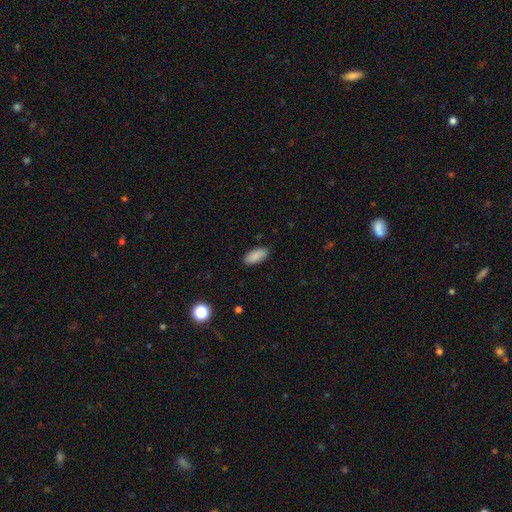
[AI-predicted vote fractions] smooth_or_featured: smooth (p=0.89) [alt: star or artifact p=0.07]
how_rounded: in between (p=0.89) [alt: cigar-shaped p=0.09]
merging: none (p=0.88) [alt: minor disturbance p=0.09]